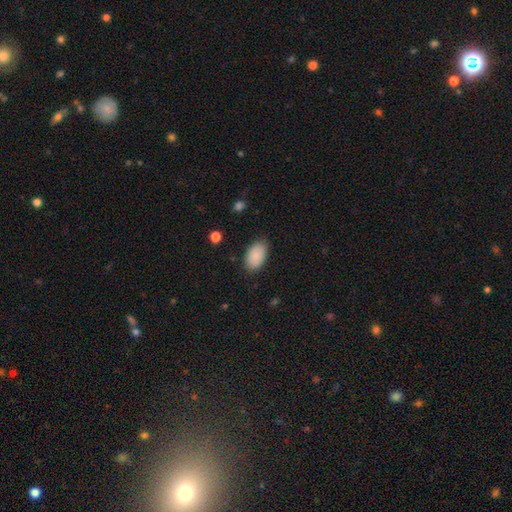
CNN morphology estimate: smooth-or-featured: smooth: 89% | star or artifact: 7% | featured or disk: 5%
  how-rounded: in between: 94% | round: 5% | cigar-shaped: 1%
  merging: none: 85% | minor disturbance: 11% | major disturbance: 3% | merger: 1%